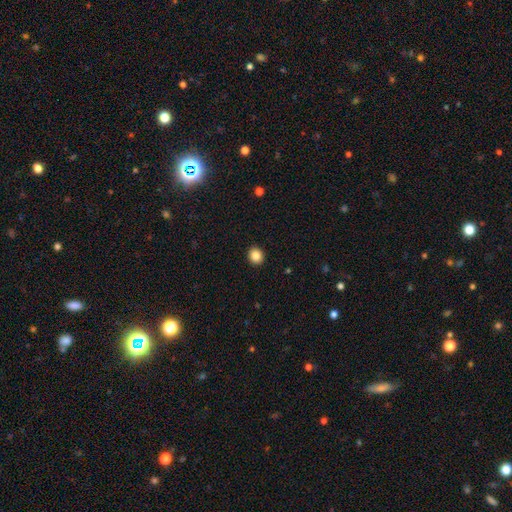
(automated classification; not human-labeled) smooth 86%, star or artifact 9%, featured or disk 5%. Down the decision tree: how rounded — round (72%); merging — none (92%).